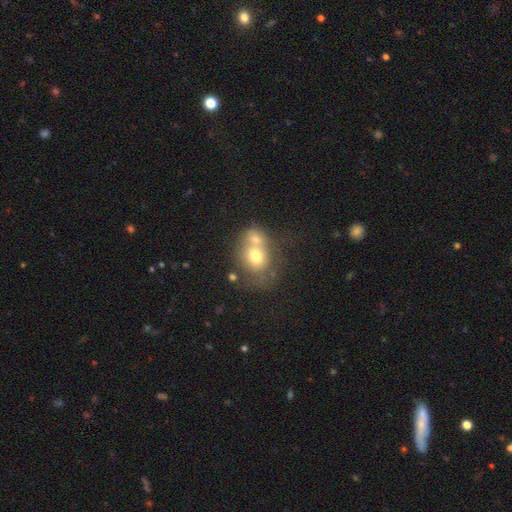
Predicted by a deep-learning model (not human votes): This appears to be a smooth galaxy with no disk features (68%) that is round (64%). Merging: merger (56%).